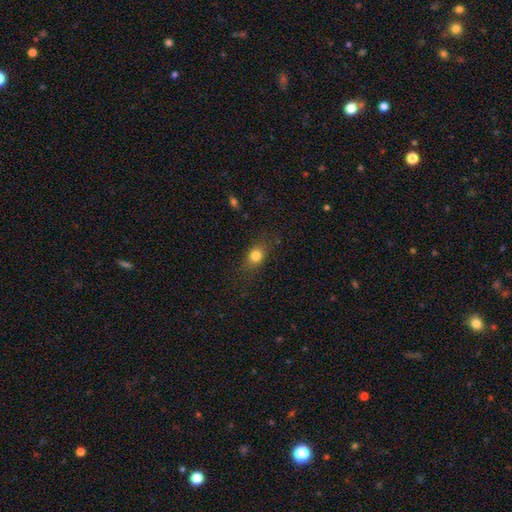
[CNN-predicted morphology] The model was most divided on "how rounded": in between: 51%, round: 43%, cigar-shaped: 6%. More confident: smooth or featured — smooth (79%); merging — none (75%).